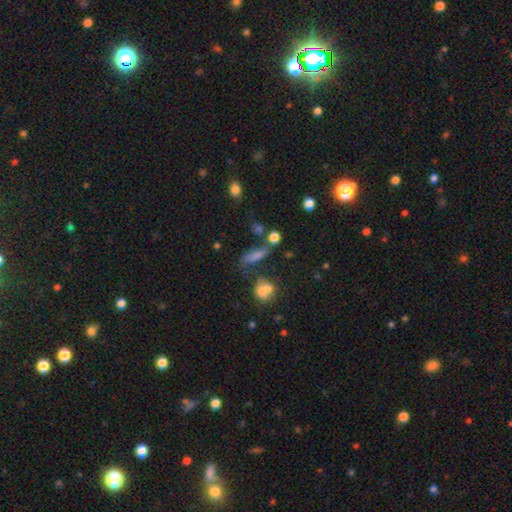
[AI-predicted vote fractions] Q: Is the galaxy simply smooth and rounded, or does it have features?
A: smooth — 50%.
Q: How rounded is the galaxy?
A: in between — 45%.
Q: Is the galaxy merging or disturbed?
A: none — 51%.